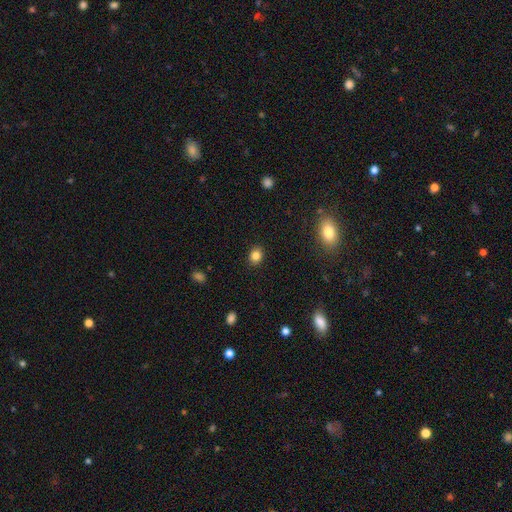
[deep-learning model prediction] Smooth or featured? smooth (83%)
How rounded? round (58%)
Merging? none (89%)